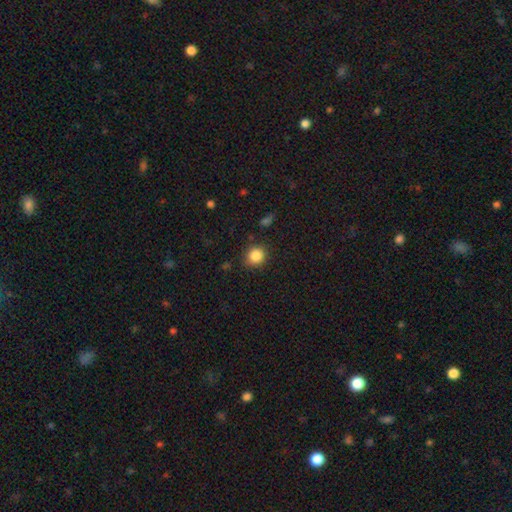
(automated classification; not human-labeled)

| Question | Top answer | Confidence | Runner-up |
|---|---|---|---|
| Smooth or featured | smooth | 86% | star or artifact (10%) |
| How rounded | round | 86% | in between (13%) |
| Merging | none | 85% | minor disturbance (10%) |